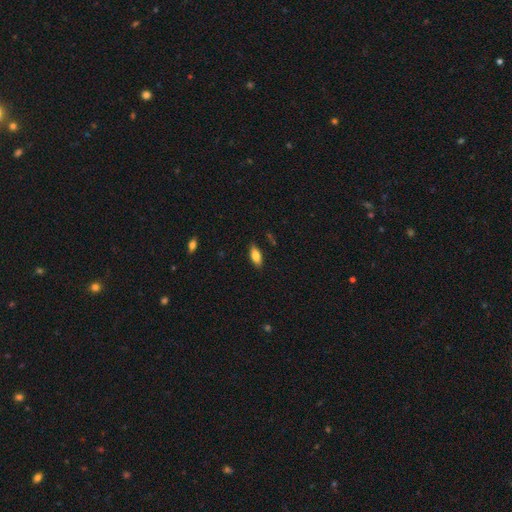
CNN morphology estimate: The model was most divided on "smooth or featured": smooth: 80%, featured or disk: 13%, star or artifact: 7%. More confident: merging — none (86%); how rounded — in between (84%).